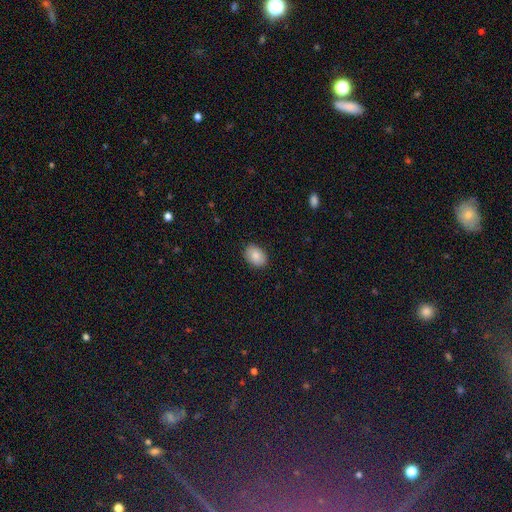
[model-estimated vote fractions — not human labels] The model was most divided on "how rounded": in between: 78%, round: 21%, cigar-shaped: 1%. More confident: merging — none (88%); smooth or featured — smooth (86%).